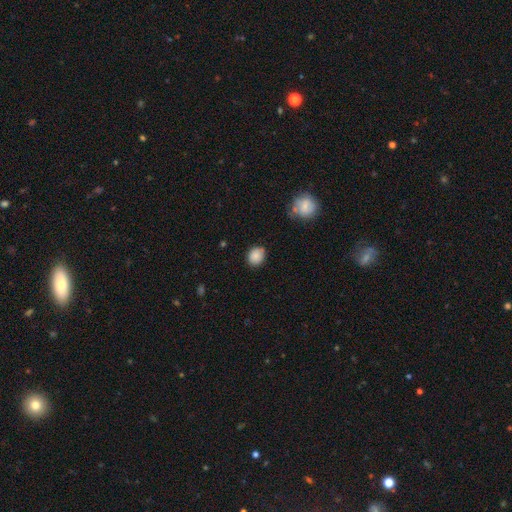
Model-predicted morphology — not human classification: Smooth or featured? smooth (87%)
How rounded? round (56%)
Merging? none (80%)